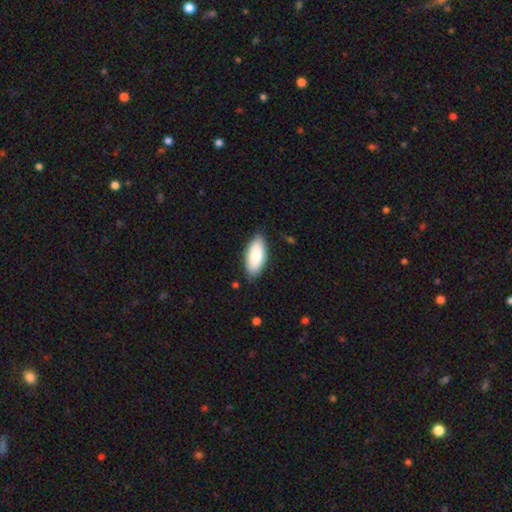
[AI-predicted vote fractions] This is clearly a smooth galaxy (86%). How rounded: clearly in between (85%). Merging: clearly none (85%).